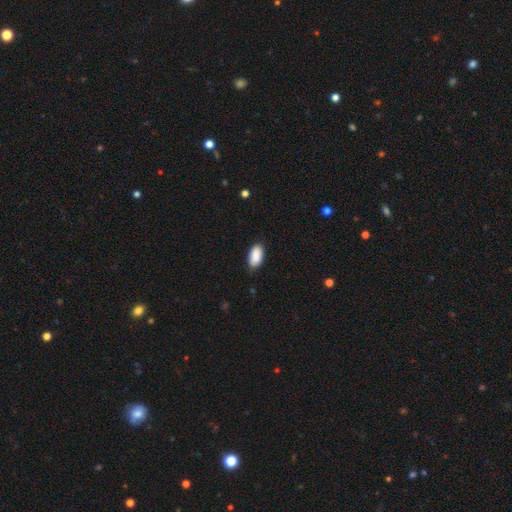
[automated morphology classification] Smooth or featured? smooth (90%)
How rounded? in between (94%)
Merging? none (84%)